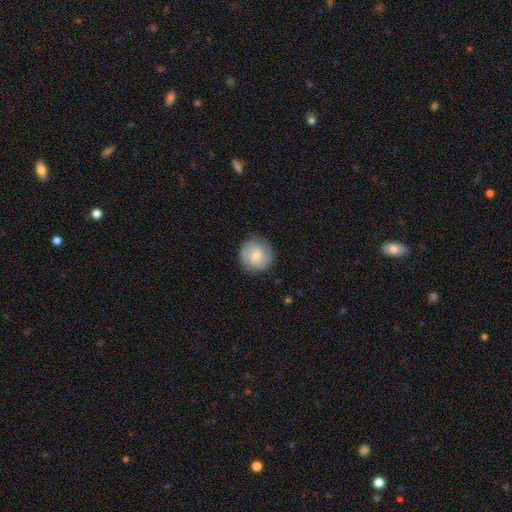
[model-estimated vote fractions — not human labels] A smooth galaxy with no disk features (73%) that is round (93%).

Vote fractions:
- Smooth or featured? smooth: 73% / featured or disk: 20% / star or artifact: 7%
- How rounded? round: 93% / in between: 6% / cigar-shaped: 1%
- Merging? none: 85% / minor disturbance: 11% / major disturbance: 3% / merger: 1%